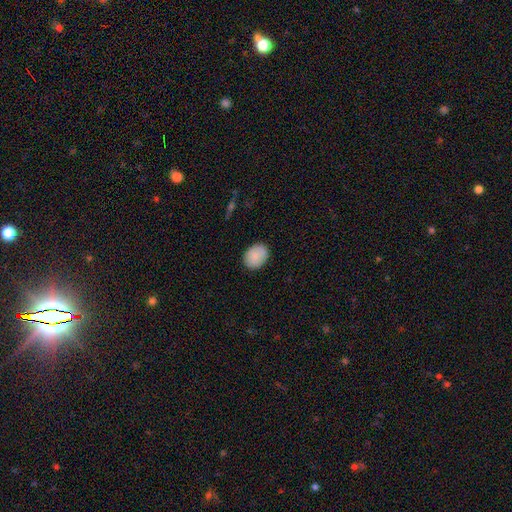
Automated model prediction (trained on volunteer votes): This is clearly a smooth galaxy (89%). How rounded: likely in between (62%). Merging: clearly none (86%).